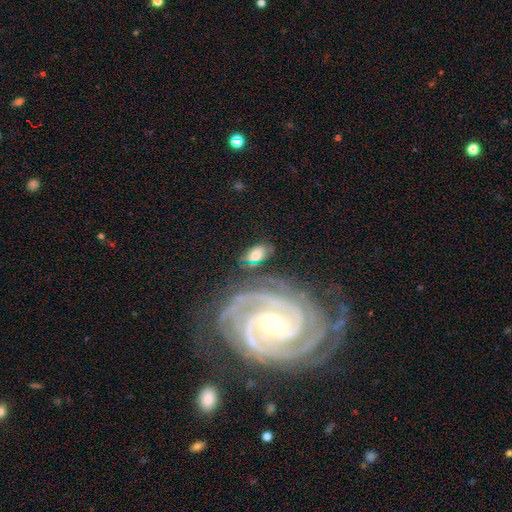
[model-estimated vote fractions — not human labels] Smooth or featured: smooth — 55% (featured or disk — 36%)
How rounded: in between — 89% (round — 8%)
Merging: none — 60% (minor disturbance — 20%)